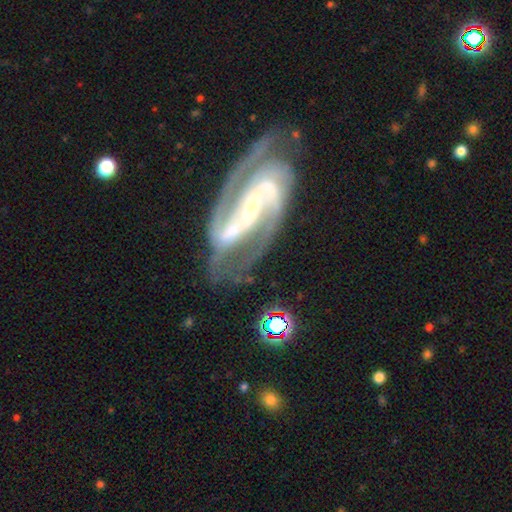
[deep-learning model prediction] Smooth or featured? featured or disk (92%)
Edge-on disk? no (96%)
Bar? strong (64%)
Spiral arms? yes (98%)
Spiral winding? medium (53%)
Spiral arm count? 2 (87%)
Bulge size? small (63%)
Merging? none (73%)